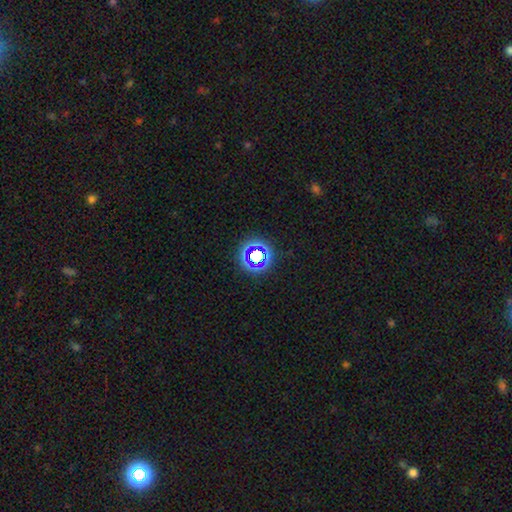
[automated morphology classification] Smooth or featured? Predicted: star or artifact (p=0.61).